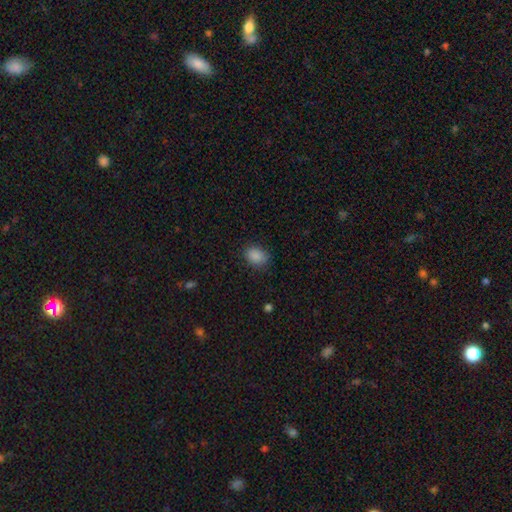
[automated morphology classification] smooth_or_featured: smooth (p=0.88) [alt: star or artifact p=0.09]
how_rounded: in between (p=0.72) [alt: round p=0.26]
merging: none (p=0.82) [alt: minor disturbance p=0.14]